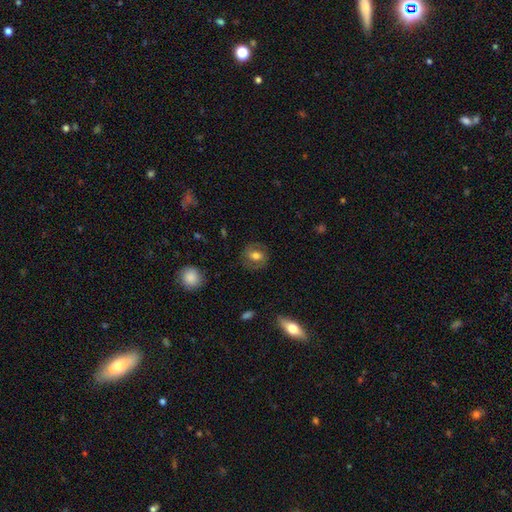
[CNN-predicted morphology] This appears to be a smooth galaxy with no disk features (51%) that is round (63%). Merging: none (78%).